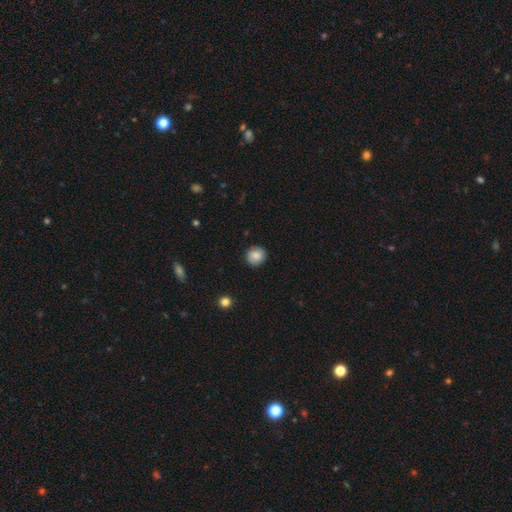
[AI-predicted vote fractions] Q: Smooth or featured?
A: smooth (85%); runner-up: star or artifact (8%)
Q: How rounded?
A: round (90%); runner-up: in between (9%)
Q: Merging?
A: none (90%); runner-up: minor disturbance (7%)